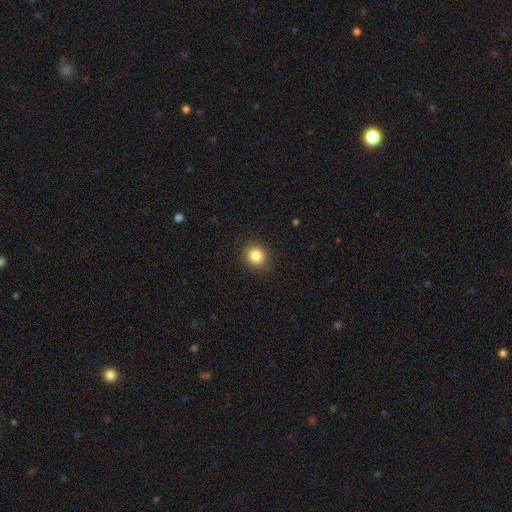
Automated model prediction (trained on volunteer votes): Overall: smooth (85%). How rounded: round (83%). Merging: none (89%).